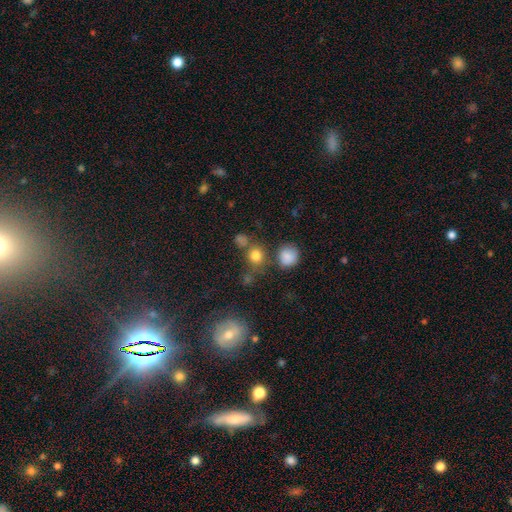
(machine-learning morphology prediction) Smooth or featured? smooth (77%)
How rounded? round (84%)
Merging? none (69%)